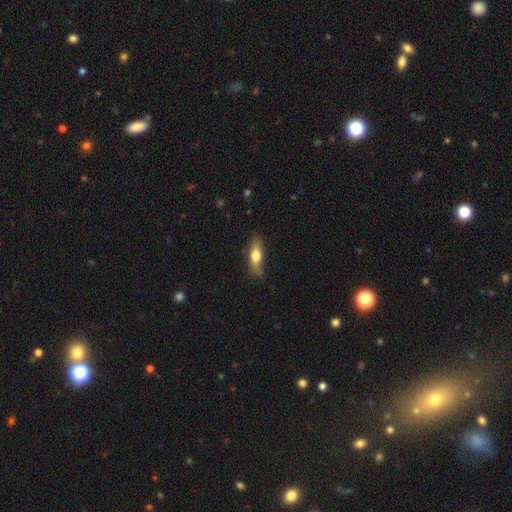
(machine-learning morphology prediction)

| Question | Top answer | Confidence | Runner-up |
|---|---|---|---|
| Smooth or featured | smooth | 68% | featured or disk (25%) |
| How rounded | in between | 55% | cigar-shaped (41%) |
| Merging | none | 74% | minor disturbance (21%) |